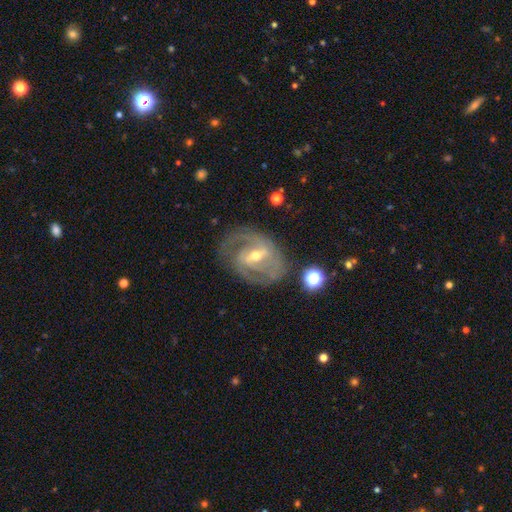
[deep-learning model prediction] Smooth or featured: featured or disk — 87% (smooth — 7%)
Edge-on disk: no — 96% (yes — 4%)
Bar: weak — 45% (strong — 41%)
Spiral arms: yes — 94% (no — 6%)
Spiral winding: medium — 46% (tight — 42%)
Spiral arm count: 2 — 57% (3 — 17%)
Bulge size: moderate — 53% (small — 44%)
Merging: none — 71% (minor disturbance — 18%)